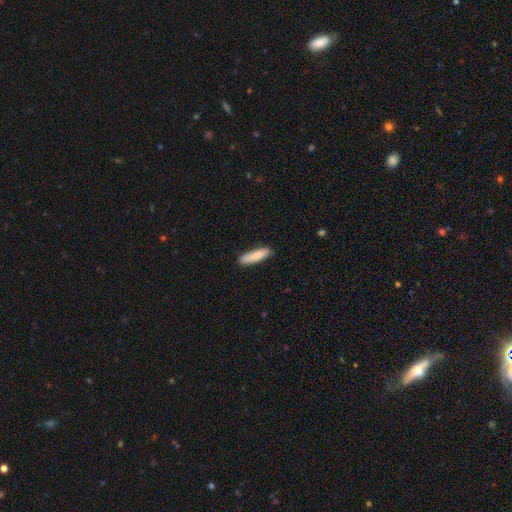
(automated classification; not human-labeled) This is clearly a smooth galaxy (85%). How rounded: likely cigar-shaped (76%). Merging: clearly none (86%).